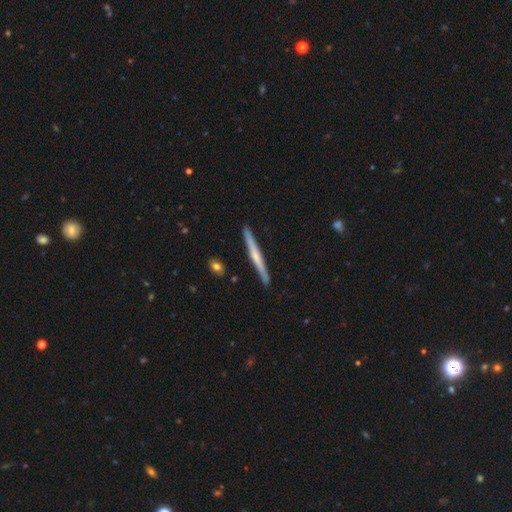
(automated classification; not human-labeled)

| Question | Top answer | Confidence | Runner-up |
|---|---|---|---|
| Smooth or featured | featured or disk | 57% | smooth (37%) |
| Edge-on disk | yes | 97% | no (3%) |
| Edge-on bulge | none | 48% | rounded (44%) |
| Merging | none | 90% | minor disturbance (7%) |